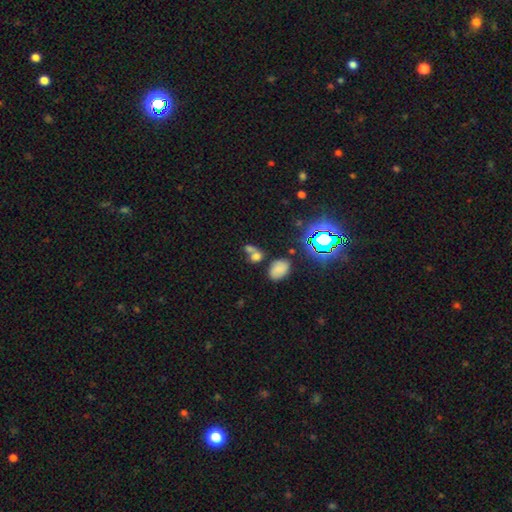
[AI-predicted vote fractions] This is likely a smooth galaxy (64%). How rounded: likely in between (63%). Merging: possibly merger (49%).